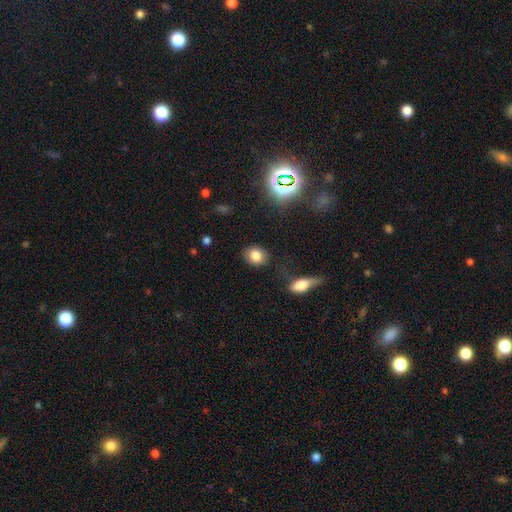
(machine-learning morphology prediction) Overall: smooth (80%). How rounded: round (50%; in between 48%). Merging: none (80%).